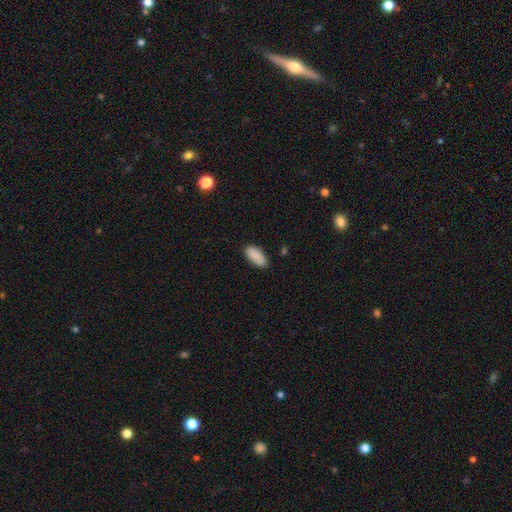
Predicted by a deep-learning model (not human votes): Overall: smooth (89%). How rounded: in between (84%). Merging: none (85%).